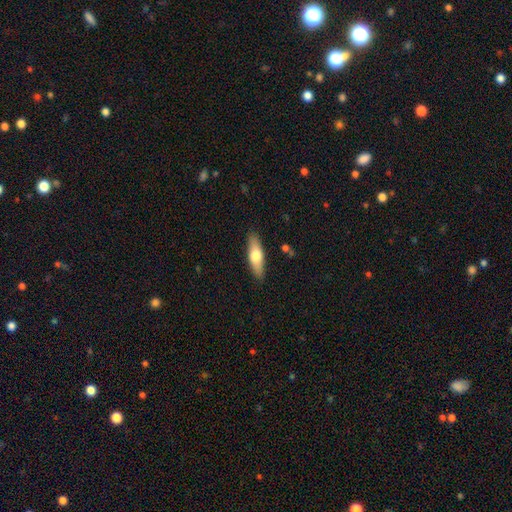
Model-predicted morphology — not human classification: Smooth or featured? smooth (60%)
How rounded? in between (50%)
Merging? none (88%)